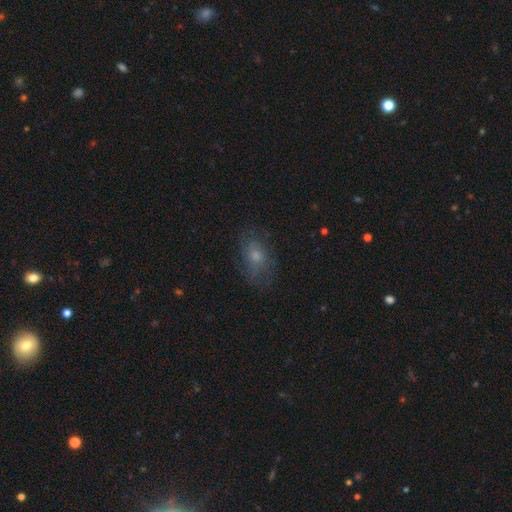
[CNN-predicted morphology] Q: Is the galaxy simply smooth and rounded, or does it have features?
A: smooth — 46%.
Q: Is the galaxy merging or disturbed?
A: none — 69%.